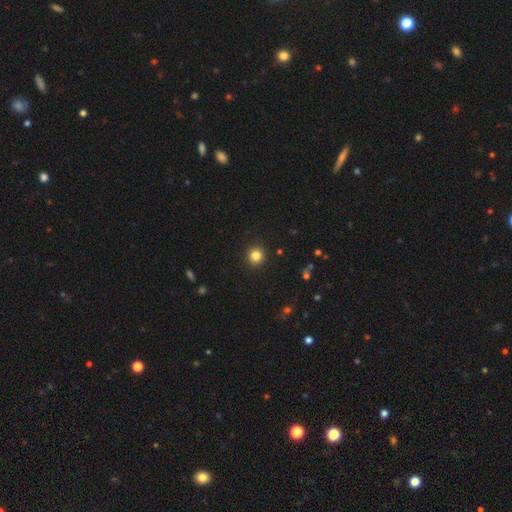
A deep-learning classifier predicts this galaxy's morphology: Overall: smooth (83%). How rounded: round (94%). Merging: none (93%).